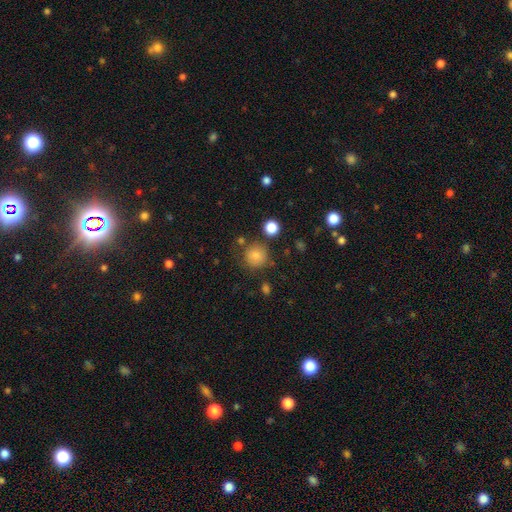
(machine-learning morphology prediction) smooth_or_featured: smooth (p=0.81) [alt: star or artifact p=0.12]
how_rounded: round (p=0.92) [alt: in between p=0.07]
merging: none (p=0.77) [alt: minor disturbance p=0.12]